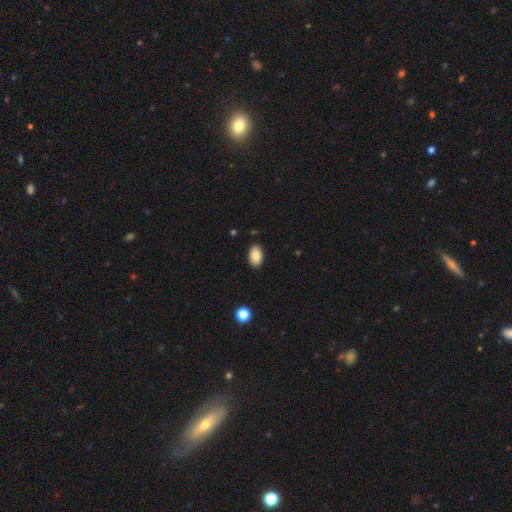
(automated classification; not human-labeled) The model was most divided on "smooth or featured": smooth: 86%, star or artifact: 8%, featured or disk: 6%. More confident: how rounded — in between (92%); merging — none (88%).